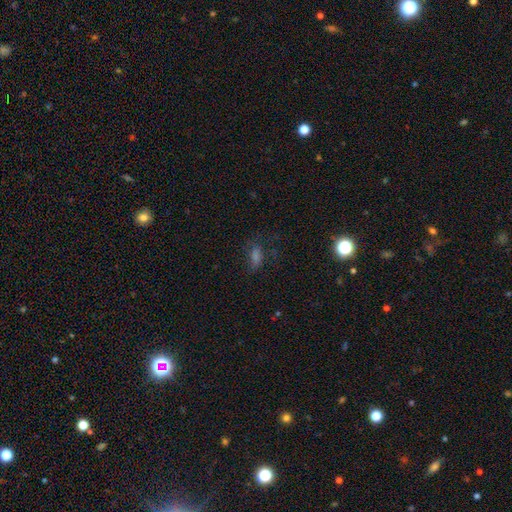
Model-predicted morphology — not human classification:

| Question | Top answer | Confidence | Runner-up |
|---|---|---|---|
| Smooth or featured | smooth | 47% | star or artifact (30%) |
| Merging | none | 61% | minor disturbance (20%) |